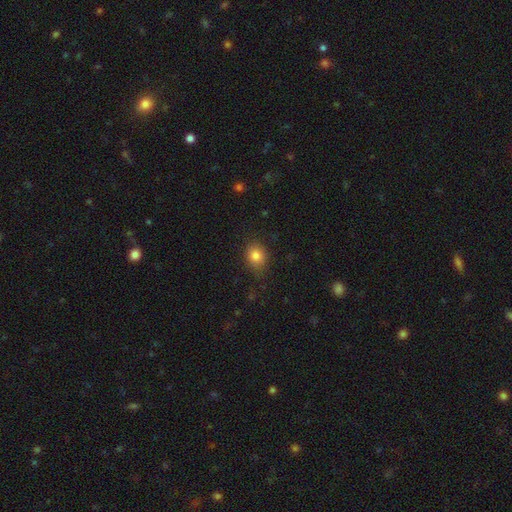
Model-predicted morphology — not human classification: Smooth or featured? smooth (83%)
How rounded? round (63%)
Merging? none (78%)